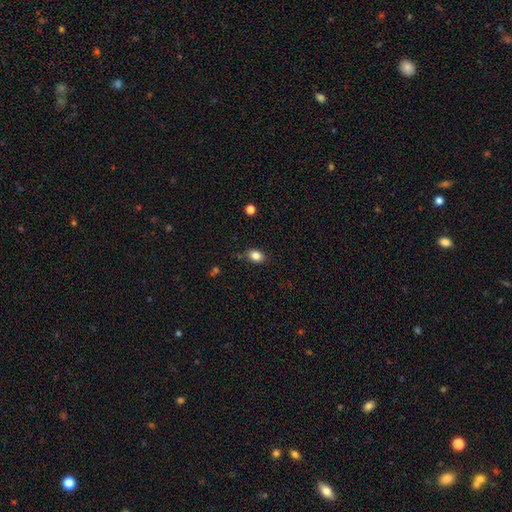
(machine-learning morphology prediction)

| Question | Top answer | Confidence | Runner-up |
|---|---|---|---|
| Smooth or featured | smooth | 84% | star or artifact (10%) |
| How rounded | in between | 67% | round (32%) |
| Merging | none | 80% | minor disturbance (14%) |